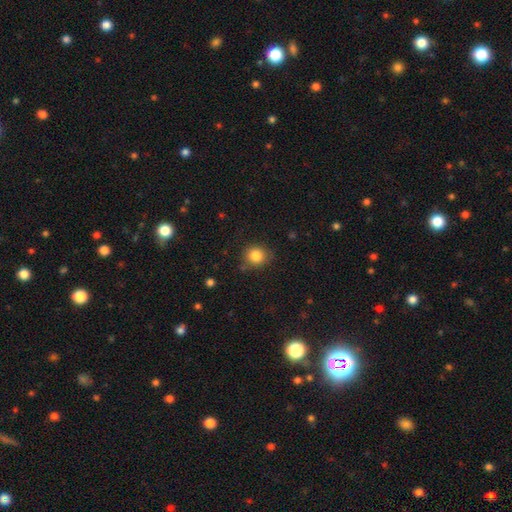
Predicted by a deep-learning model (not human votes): Smooth or featured?
  - smooth: 83% *
  - star or artifact: 11%
  - featured or disk: 6%
How rounded?
  - round: 84% *
  - in between: 15%
  - cigar-shaped: 1%
Merging?
  - none: 80% *
  - minor disturbance: 14%
  - major disturbance: 3%
  - merger: 3%